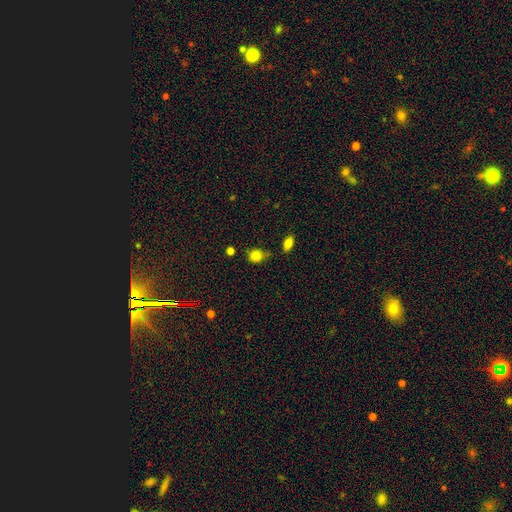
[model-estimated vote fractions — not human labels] Smooth or featured? Predicted: smooth (p=0.82). How rounded? Predicted: round (p=0.68). Merging? Predicted: none (p=0.60).